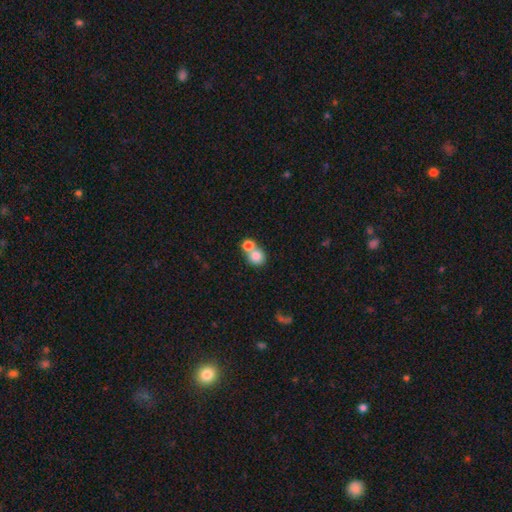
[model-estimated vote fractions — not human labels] Smooth or featured? smooth (80%)
How rounded? round (82%)
Merging? merger (52%)